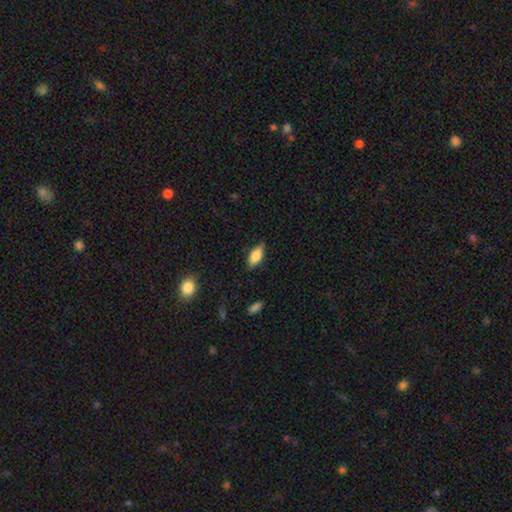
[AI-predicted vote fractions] smooth 73%, featured or disk 20%, star or artifact 7%. Down the decision tree: how rounded — in between (80%); merging — none (82%).